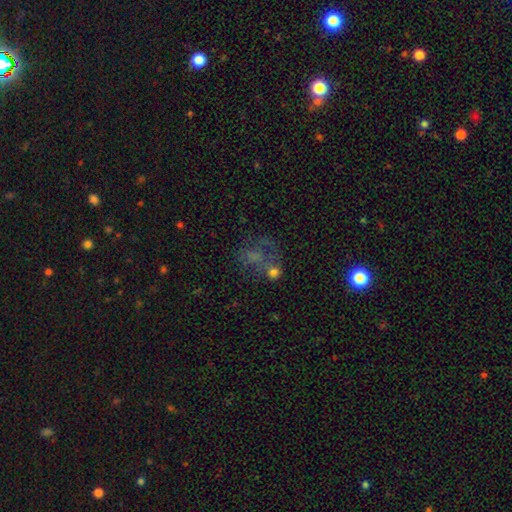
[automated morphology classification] A featured or disk galaxy (38%).

Vote fractions:
- Smooth or featured? featured or disk: 38% / smooth: 34% / star or artifact: 28%
- Merging? none: 37% / major disturbance: 28% / merger: 19% / minor disturbance: 15%